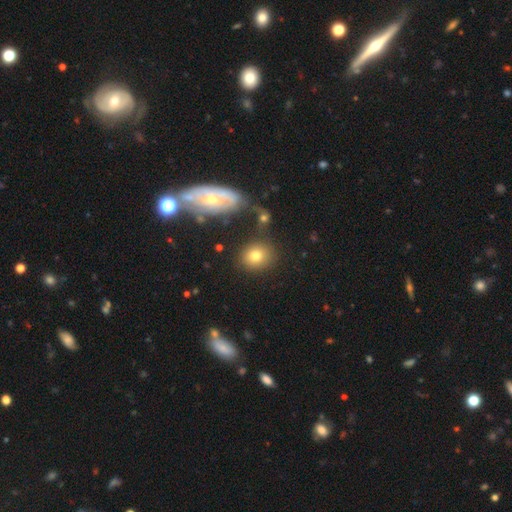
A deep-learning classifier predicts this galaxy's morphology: Overall: smooth (75%). How rounded: round (74%). Merging: none (75%).